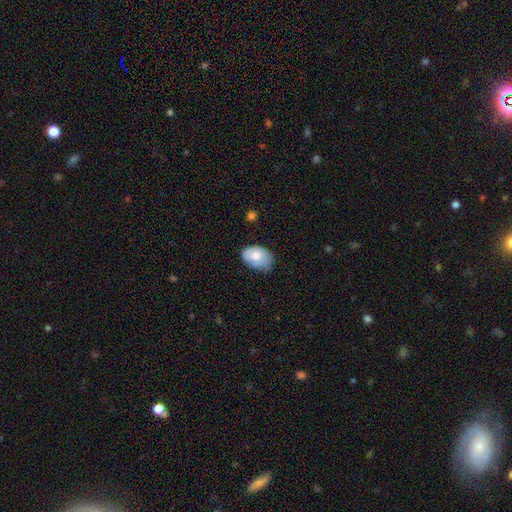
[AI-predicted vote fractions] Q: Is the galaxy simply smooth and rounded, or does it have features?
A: smooth — 73%.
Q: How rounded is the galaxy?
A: in between — 85%.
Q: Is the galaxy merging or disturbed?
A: none — 57%.